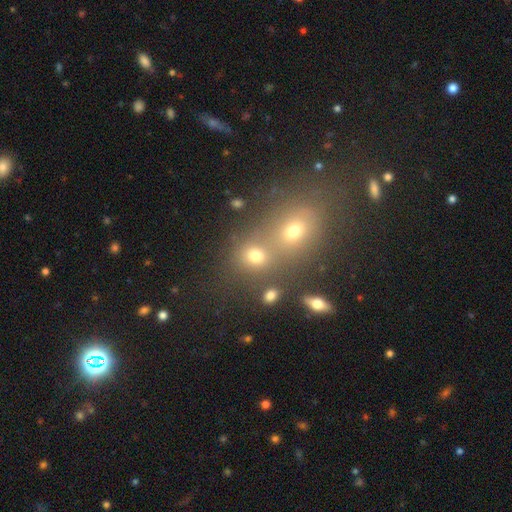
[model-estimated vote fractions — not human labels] This is likely a smooth galaxy (71%). How rounded: likely round (70%). Merging: possibly none (46%).